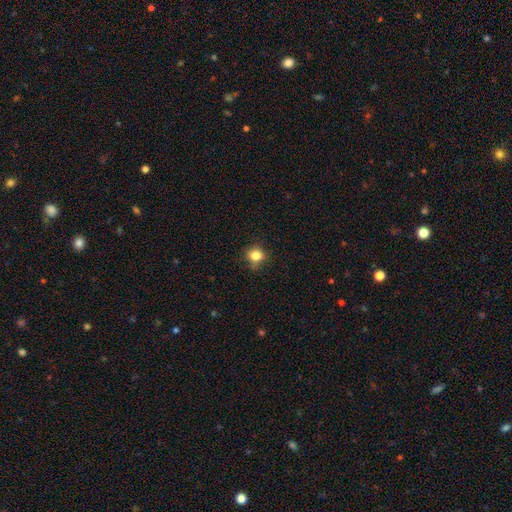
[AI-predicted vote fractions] Q: Smooth or featured?
A: smooth (82%); runner-up: star or artifact (12%)
Q: How rounded?
A: round (75%); runner-up: in between (24%)
Q: Merging?
A: none (73%); runner-up: minor disturbance (21%)